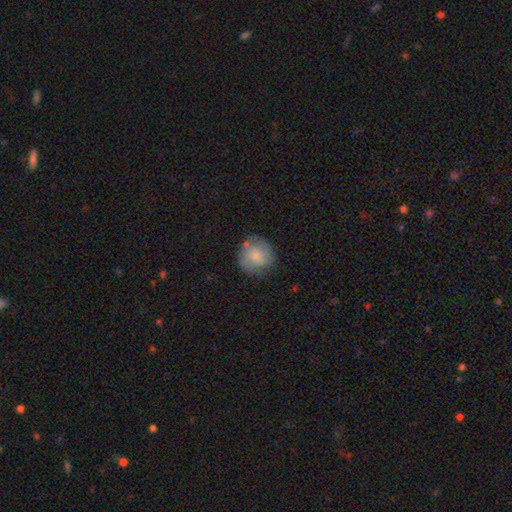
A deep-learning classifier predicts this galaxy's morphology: smooth_or_featured: featured or disk (p=0.49) [alt: smooth p=0.43]
merging: none (p=0.71) [alt: minor disturbance p=0.19]